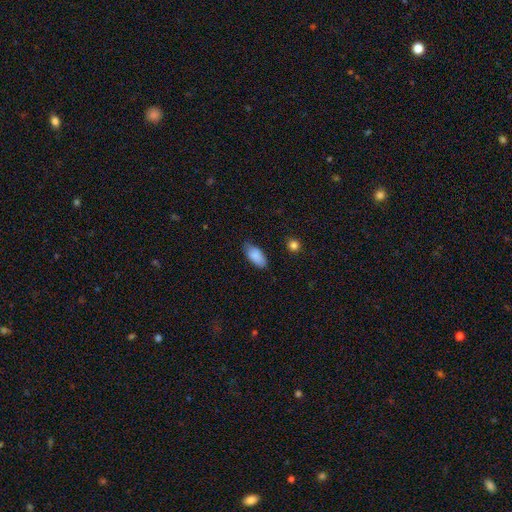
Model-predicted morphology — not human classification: smooth 87%, star or artifact 7%, featured or disk 6%. Down the decision tree: how rounded — in between (89%); merging — none (74%).